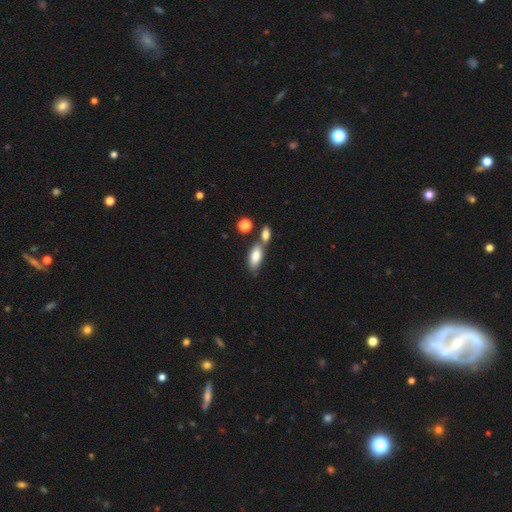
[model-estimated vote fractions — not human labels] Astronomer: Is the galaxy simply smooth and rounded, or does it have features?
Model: smooth — 81%.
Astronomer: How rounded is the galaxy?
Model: in between — 84%.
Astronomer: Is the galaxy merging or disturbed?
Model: none — 52% (runner-up: merger, 31%).